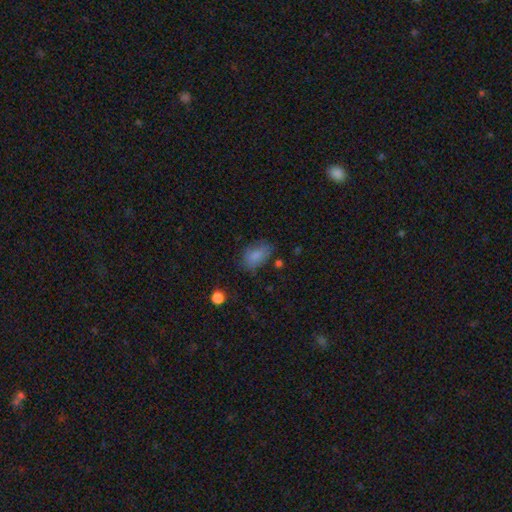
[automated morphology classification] A smooth galaxy with no disk features (82%) that is in between round and cigar-shaped (88%).

Vote fractions:
- Smooth or featured? smooth: 82% / star or artifact: 9% / featured or disk: 9%
- How rounded? in between: 88% / round: 10% / cigar-shaped: 2%
- Merging? none: 63% / minor disturbance: 25% / major disturbance: 9% / merger: 3%